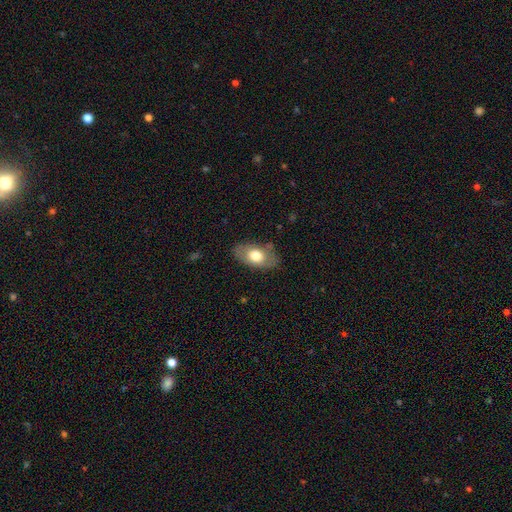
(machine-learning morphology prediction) A smooth galaxy with no disk features (66%) that is in between round and cigar-shaped (91%). Merging: none (77%).